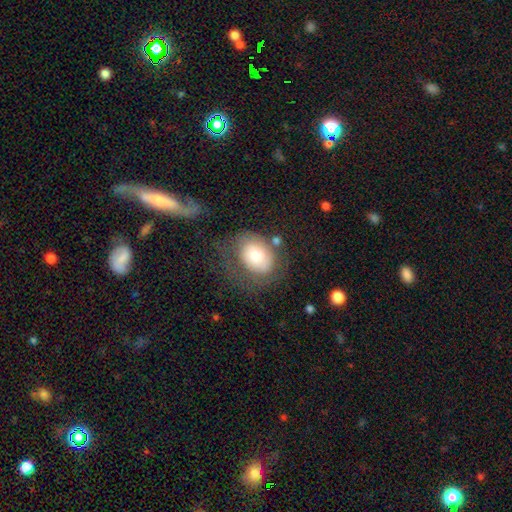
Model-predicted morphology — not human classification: Smooth or featured? smooth (67%)
How rounded? in between (61%)
Merging? none (49%)